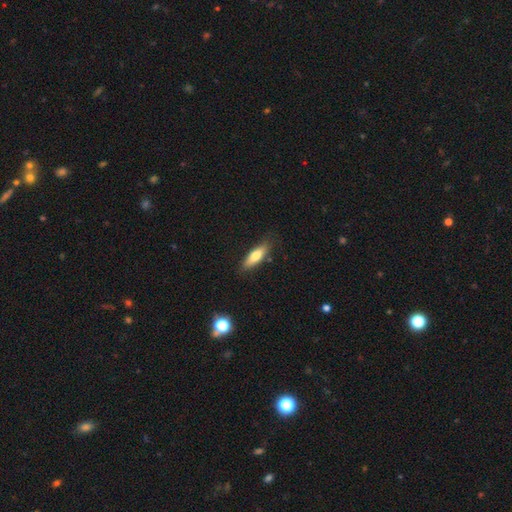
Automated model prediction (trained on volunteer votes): Overall: smooth (73%). How rounded: in between (50%; cigar-shaped 48%). Merging: none (80%).